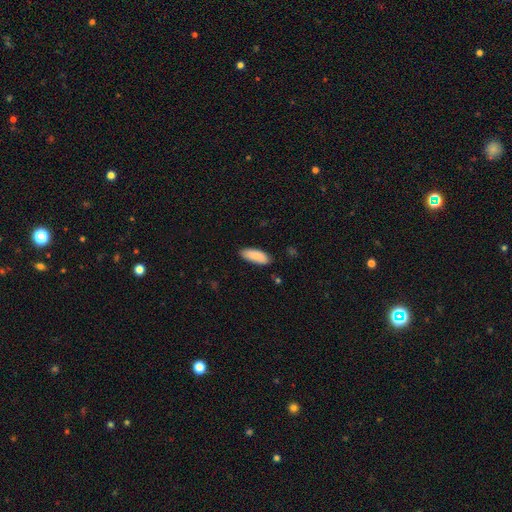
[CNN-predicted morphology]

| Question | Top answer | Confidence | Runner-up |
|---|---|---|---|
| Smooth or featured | smooth | 88% | featured or disk (6%) |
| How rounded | in between | 77% | cigar-shaped (21%) |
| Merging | none | 82% | minor disturbance (15%) |